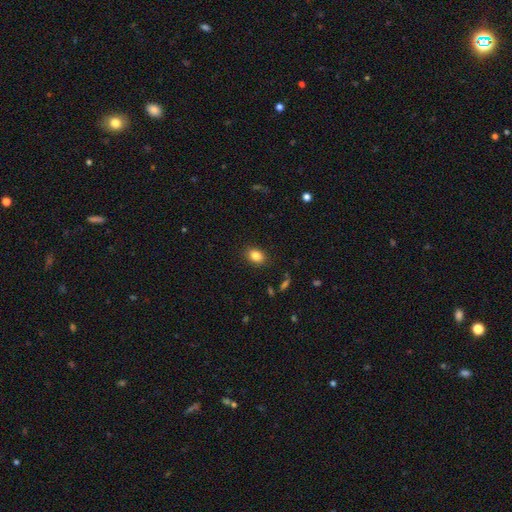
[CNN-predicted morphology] Smooth or featured: smooth — 84% (star or artifact — 10%)
How rounded: in between — 72% (round — 27%)
Merging: none — 87% (minor disturbance — 9%)